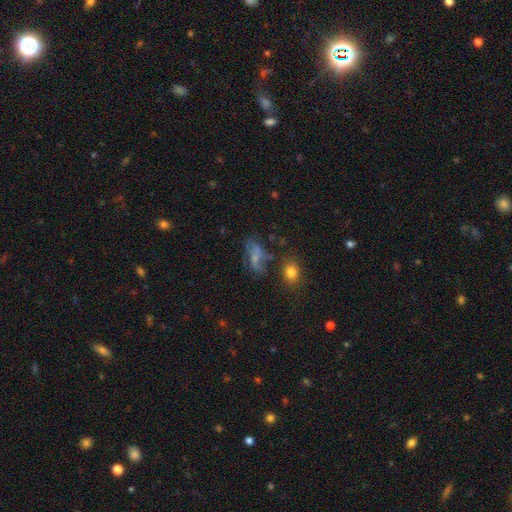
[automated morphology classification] Smooth or featured? smooth (46%)
Merging? none (42%)